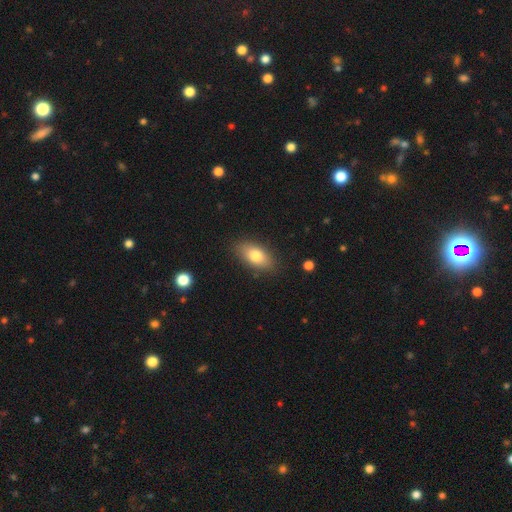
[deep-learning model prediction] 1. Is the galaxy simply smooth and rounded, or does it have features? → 78% smooth, 15% featured or disk, 7% star or artifact.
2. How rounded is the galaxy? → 87% in between, 7% cigar-shaped, 6% round.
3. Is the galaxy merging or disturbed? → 85% none, 11% minor disturbance, 3% major disturbance, 1% merger.